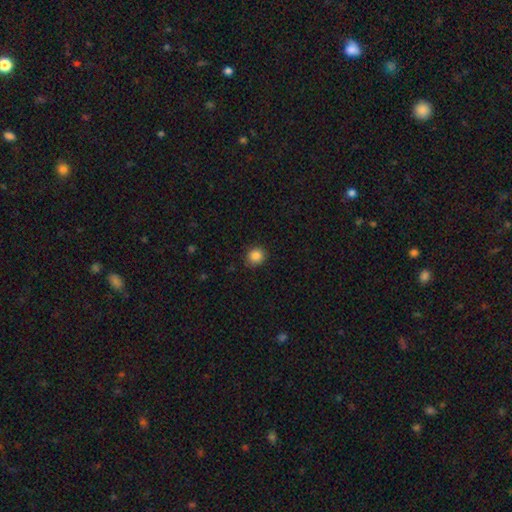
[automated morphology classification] smooth_or_featured: smooth (p=0.86) [alt: star or artifact p=0.10]
how_rounded: round (p=0.89) [alt: in between p=0.10]
merging: none (p=0.89) [alt: minor disturbance p=0.08]